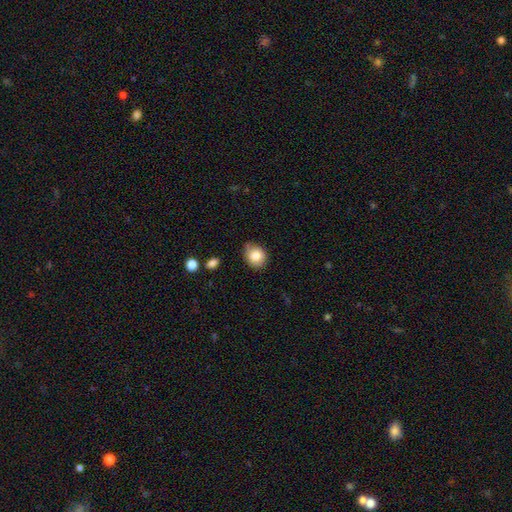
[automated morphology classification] A smooth galaxy with no disk features (84%) that is round (65%). Merging: none (70%).